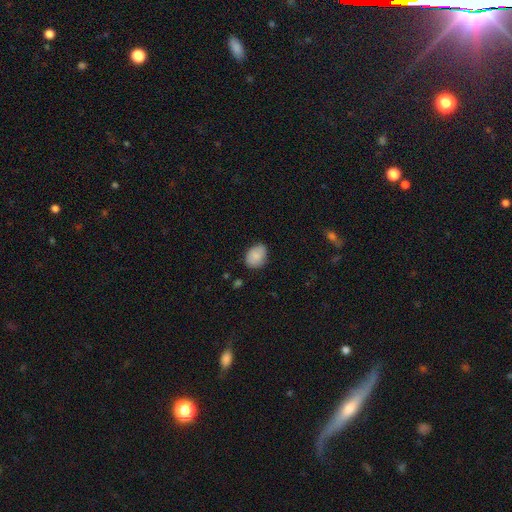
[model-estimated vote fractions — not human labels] Q: Smooth or featured?
A: smooth (86%); runner-up: star or artifact (7%)
Q: How rounded?
A: in between (67%); runner-up: round (32%)
Q: Merging?
A: none (74%); runner-up: minor disturbance (21%)